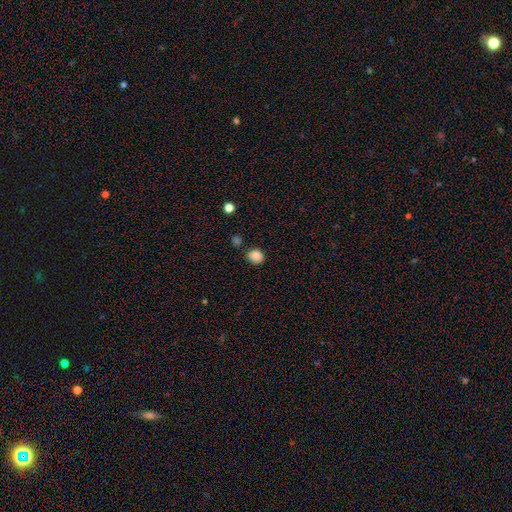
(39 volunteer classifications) Smooth or featured? smooth (85%)
How rounded? round (76%)
Merging? none (69%)